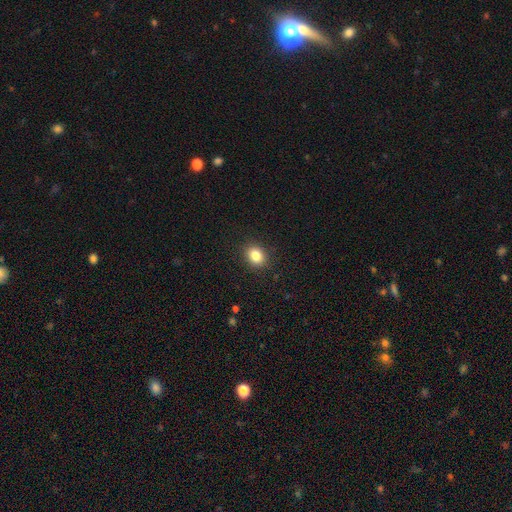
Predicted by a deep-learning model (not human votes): Smooth or featured: smooth — 84% (star or artifact — 10%)
How rounded: round — 52% (in between — 47%)
Merging: none — 89% (minor disturbance — 7%)